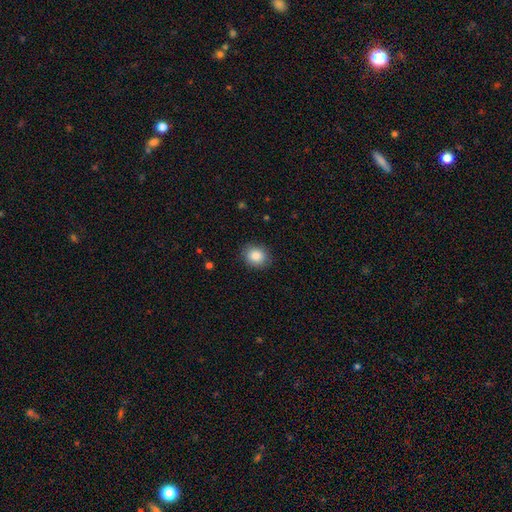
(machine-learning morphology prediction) smooth_or_featured: smooth (p=0.86) [alt: star or artifact p=0.08]
how_rounded: round (p=0.68) [alt: in between p=0.31]
merging: none (p=0.87) [alt: minor disturbance p=0.10]